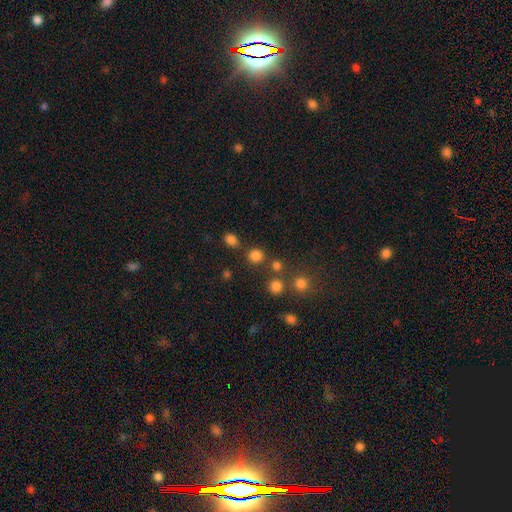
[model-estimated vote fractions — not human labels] Overall: smooth (79%). How rounded: round (83%). Merging: none (77%).